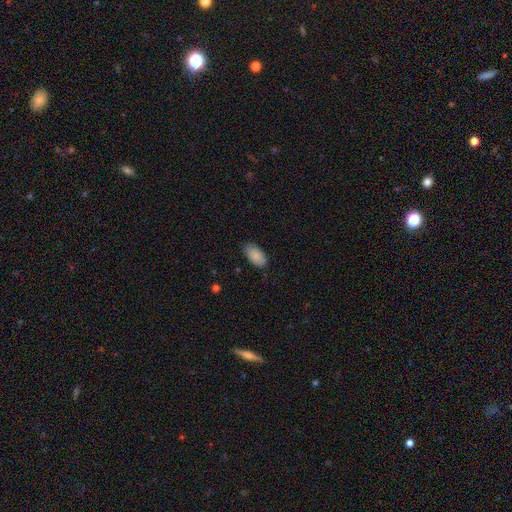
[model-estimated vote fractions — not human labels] The model was most divided on "merging": none: 83%, minor disturbance: 14%, major disturbance: 3%, merger: 1%. More confident: how rounded — in between (95%); smooth or featured — smooth (89%).